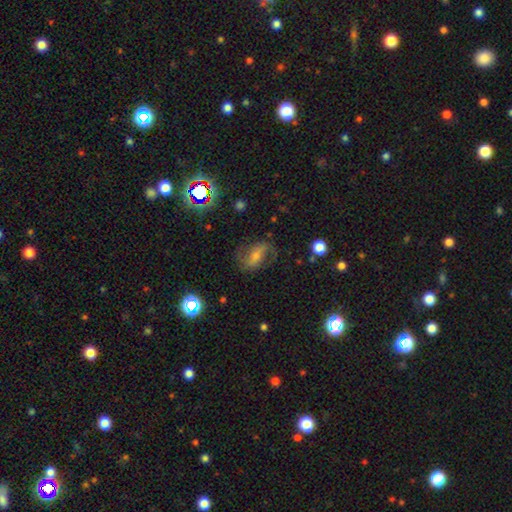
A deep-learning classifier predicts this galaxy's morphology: smooth-or-featured: featured or disk: 57% | smooth: 27% | star or artifact: 16%
  disk-edge-on: no: 94% | yes: 6%
    bar: weak: 41% | no: 32% | strong: 27%
    has-spiral-arms: yes: 84% | no: 16%
    bulge-size: small: 48% | moderate: 40% | none: 6% | large: 5% | dominant: 2%
  merging: none: 67% | minor disturbance: 18% | major disturbance: 12% | merger: 2%